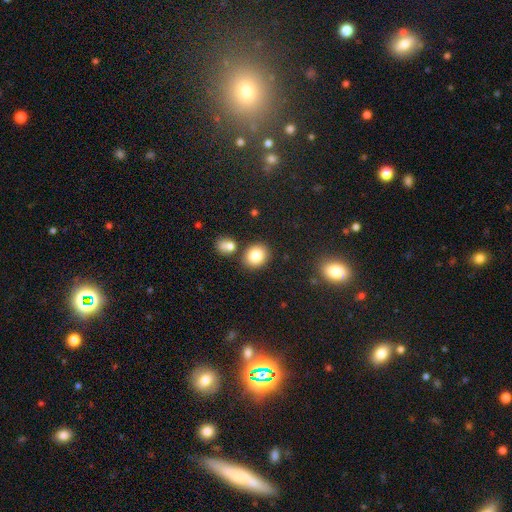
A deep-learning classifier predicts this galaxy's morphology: This is clearly a smooth galaxy (83%). How rounded: likely round (61%). Merging: likely none (75%).